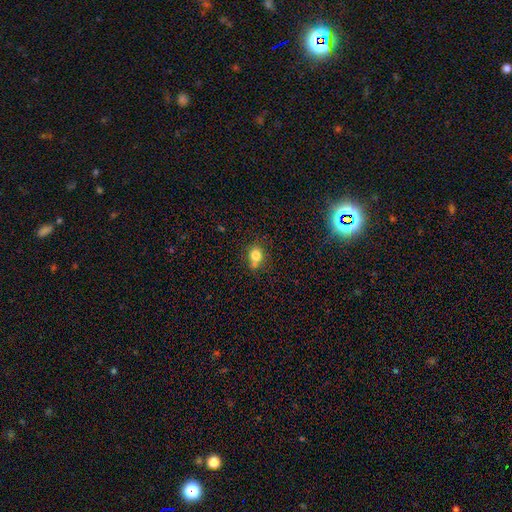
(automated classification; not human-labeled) Smooth or featured?
  - smooth: 79% *
  - star or artifact: 12%
  - featured or disk: 9%
How rounded?
  - round: 68% *
  - in between: 31%
  - cigar-shaped: 1%
Merging?
  - none: 58% *
  - merger: 21%
  - minor disturbance: 17%
  - major disturbance: 5%